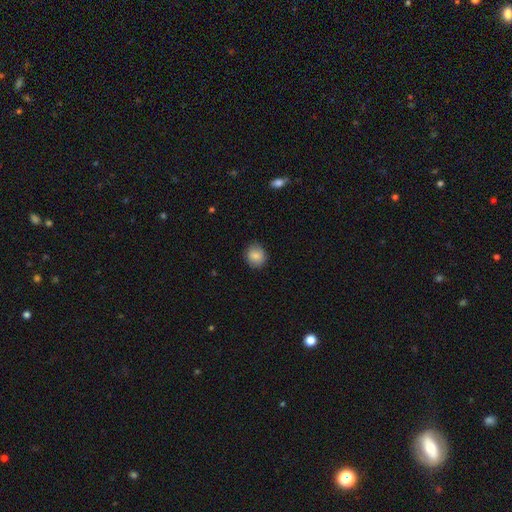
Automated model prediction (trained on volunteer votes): This appears to be a smooth galaxy with no disk features (85%) that is round (78%). Merging: none (85%).